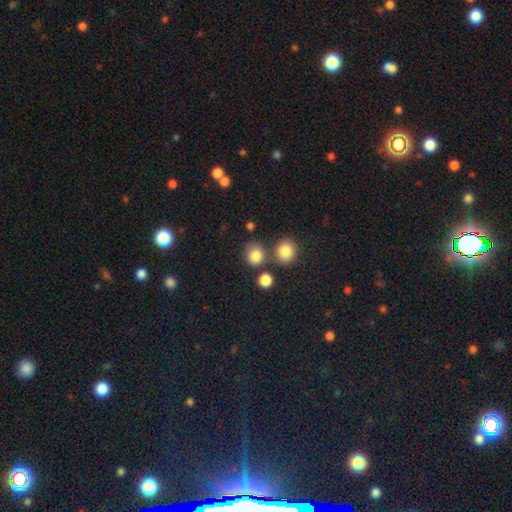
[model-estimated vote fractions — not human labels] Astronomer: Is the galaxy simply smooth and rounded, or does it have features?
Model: smooth — 83%.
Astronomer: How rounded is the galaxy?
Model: round — 77%.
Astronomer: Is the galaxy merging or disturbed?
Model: none — 64%.